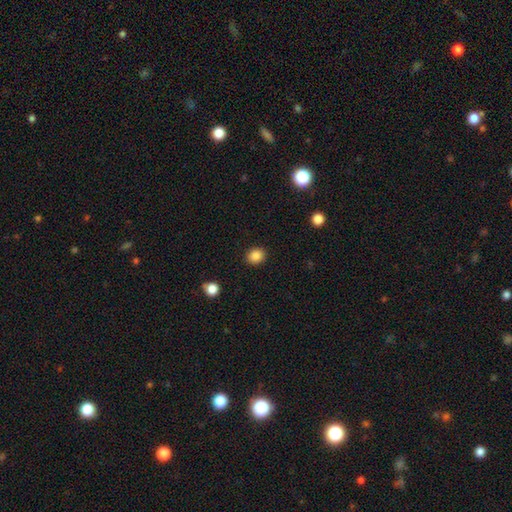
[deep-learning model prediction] A smooth galaxy with no disk features (86%) that is round (71%).

Vote fractions:
- Smooth or featured? smooth: 86% / star or artifact: 10% / featured or disk: 3%
- How rounded? round: 71% / in between: 28% / cigar-shaped: 1%
- Merging? none: 91% / minor disturbance: 6% / major disturbance: 2% / merger: 1%